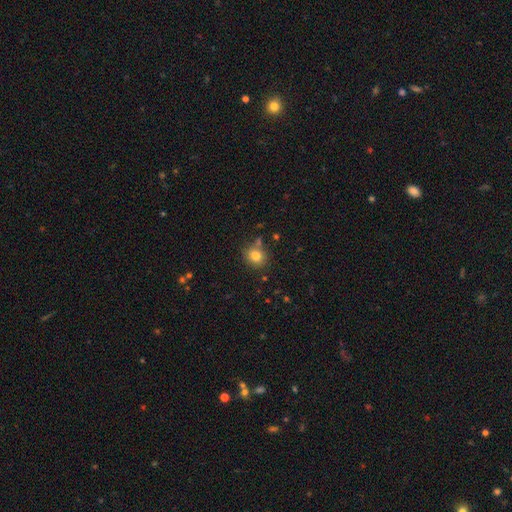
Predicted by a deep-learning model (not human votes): The model was most divided on "how rounded": round: 74%, in between: 25%, cigar-shaped: 1%. More confident: smooth or featured — smooth (80%); merging — none (76%).